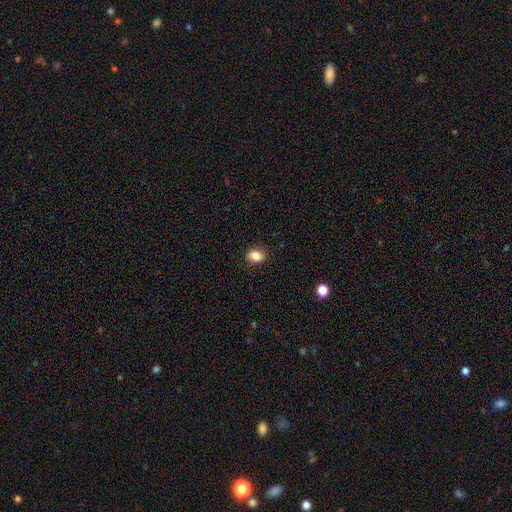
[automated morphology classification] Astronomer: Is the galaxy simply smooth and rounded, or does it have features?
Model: smooth — 84%.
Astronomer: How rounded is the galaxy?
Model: in between — 63%.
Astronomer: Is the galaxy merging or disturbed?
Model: none — 83%.